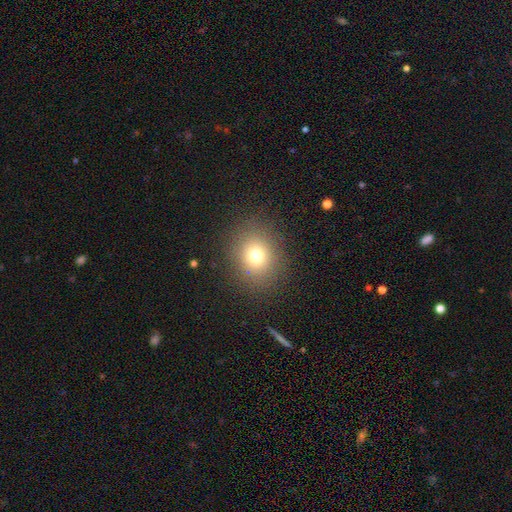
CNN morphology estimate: smooth_or_featured: smooth (p=0.73) [alt: star or artifact p=0.16]
how_rounded: round (p=0.68) [alt: in between p=0.31]
merging: none (p=0.87) [alt: minor disturbance p=0.08]